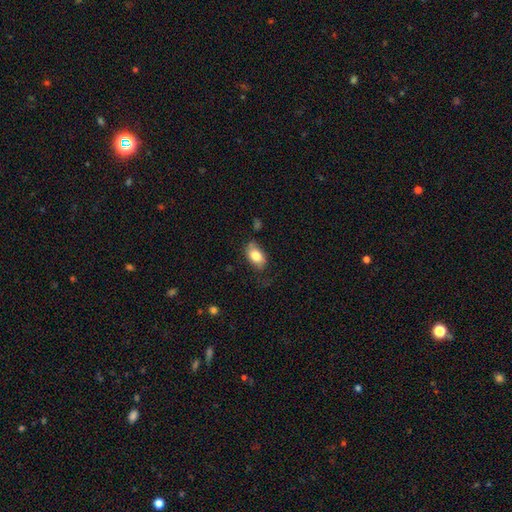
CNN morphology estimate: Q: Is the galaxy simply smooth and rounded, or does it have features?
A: smooth — 79%.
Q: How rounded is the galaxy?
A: in between — 89%.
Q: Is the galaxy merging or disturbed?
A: none — 63%.